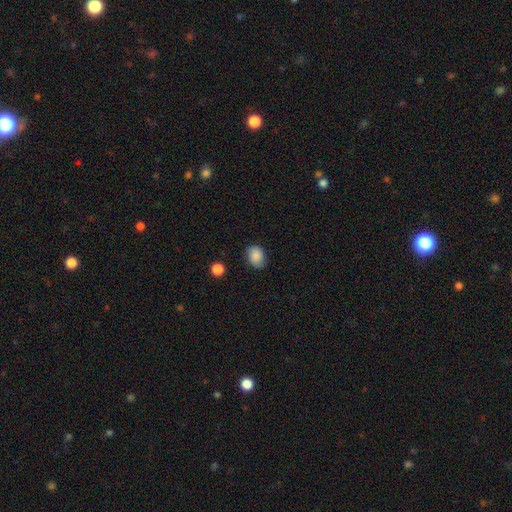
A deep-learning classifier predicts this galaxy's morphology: smooth-or-featured: smooth: 87% | star or artifact: 8% | featured or disk: 5%
  how-rounded: in between: 62% | round: 37% | cigar-shaped: 1%
  merging: none: 80% | minor disturbance: 15% | major disturbance: 3% | merger: 1%